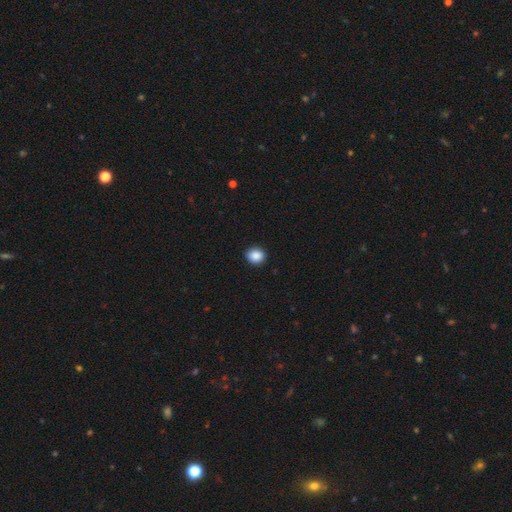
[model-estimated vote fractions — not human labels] smooth_or_featured: smooth (p=0.88) [alt: star or artifact p=0.09]
how_rounded: round (p=0.73) [alt: in between p=0.26]
merging: none (p=0.90) [alt: minor disturbance p=0.07]